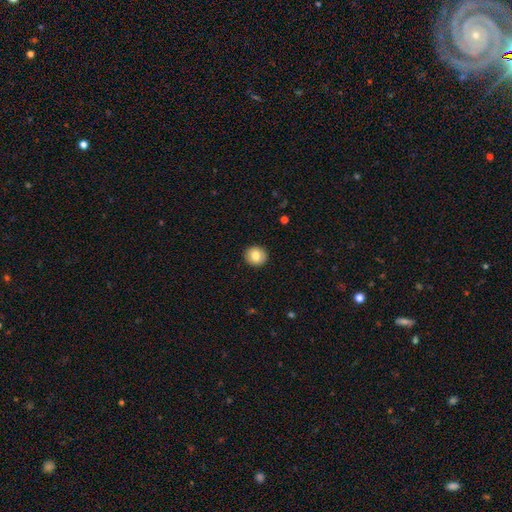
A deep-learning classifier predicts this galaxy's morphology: This is clearly a smooth galaxy (81%). How rounded: clearly round (89%). Merging: clearly none (92%).